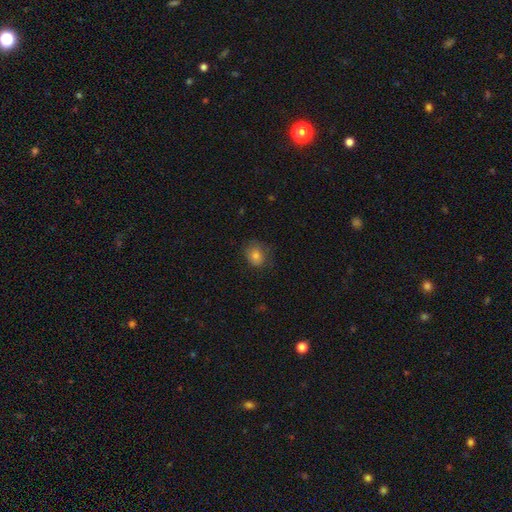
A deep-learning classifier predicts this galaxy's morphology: A smooth galaxy with no disk features (77%) that is round (57%). Merging: none (66%).